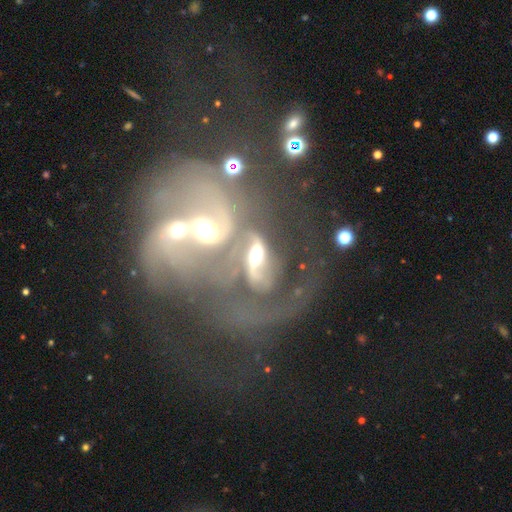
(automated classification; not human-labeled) Smooth or featured?
  - featured or disk: 70% *
  - smooth: 19%
  - star or artifact: 11%
Edge-on disk?
  - no: 90% *
  - yes: 10%
Bar?
  - strong: 34% * (tied)
  - no: 34% * (tied)
  - weak: 31%
Spiral arms?
  - yes: 81% *
  - no: 19%
Spiral winding?
  - loose: 49% *
  - medium: 32%
  - tight: 18%
Spiral arm count?
  - 2: 63% *
  - 1: 15%
  - can't tell: 15%
  - 3: 4%
  - 4: 2%
  - more than 4: 2%
Bulge size?
  - moderate: 52% *
  - large: 28%
  - small: 11%
  - dominant: 5%
  - none: 4%
Merging?
  - merger: 67% *
  - major disturbance: 15%
  - none: 12%
  - minor disturbance: 6%